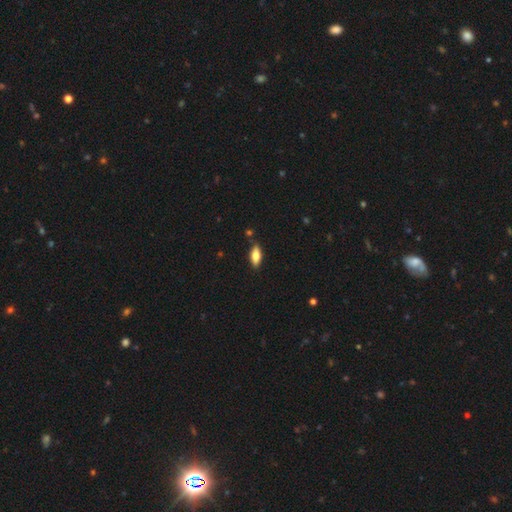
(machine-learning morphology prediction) smooth 72%, featured or disk 22%, star or artifact 6%. Down the decision tree: how rounded — in between (76%); merging — none (85%).